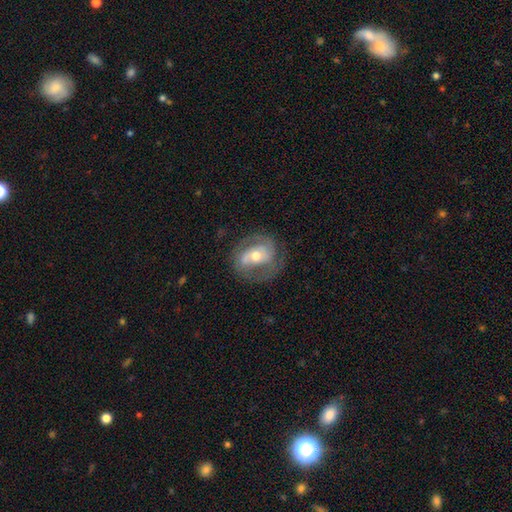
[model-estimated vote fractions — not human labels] A featured or disk galaxy (73%) with no bar (40%), 2 (74%) medium (43%) spiral arms (82%) and a moderate central bulge (68%). Merging: none (68%).